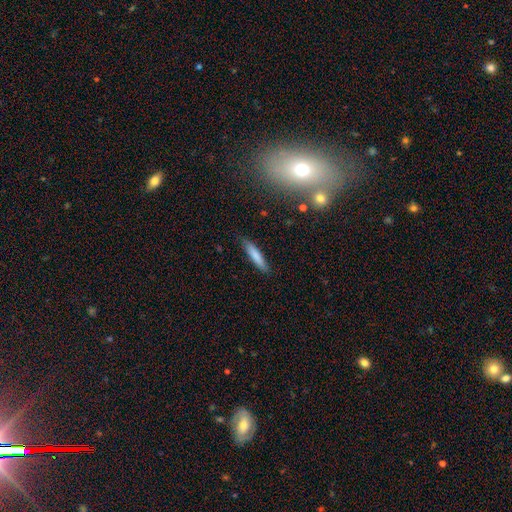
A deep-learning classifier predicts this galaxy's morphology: A smooth galaxy with no disk features (79%) that is cigar-shaped (86%).

Vote fractions:
- Smooth or featured? smooth: 79% / featured or disk: 15% / star or artifact: 6%
- How rounded? cigar-shaped: 86% / in between: 13% / round: 1%
- Merging? none: 85% / minor disturbance: 12% / major disturbance: 2% / merger: 1%